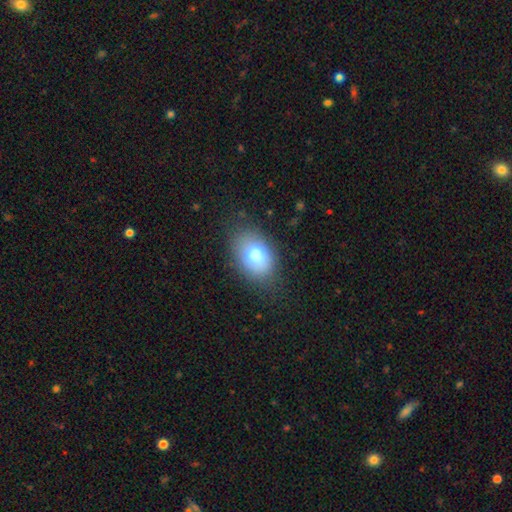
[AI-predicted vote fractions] Morphology: type=smooth (82%); roundness=in between (85%); merging=none (74%).